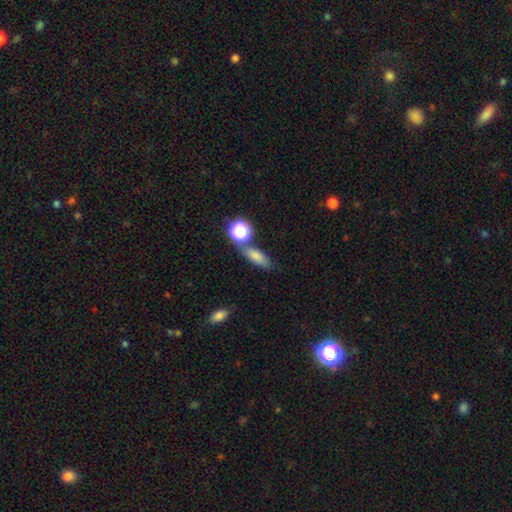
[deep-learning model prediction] Smooth or featured? smooth (75%)
How rounded? in between (58%)
Merging? none (61%)